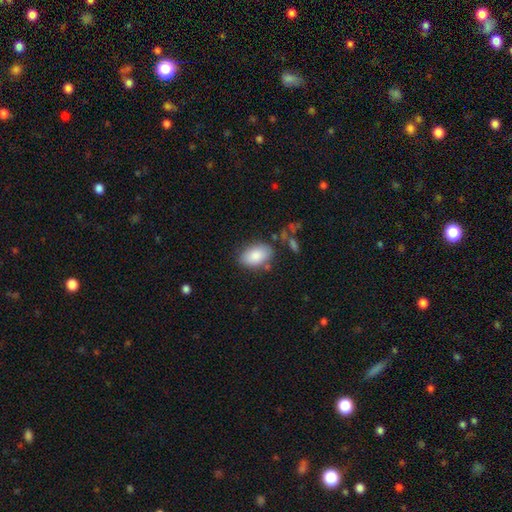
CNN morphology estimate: A smooth galaxy with no disk features (86%) that is in between round and cigar-shaped (90%).

Vote fractions:
- Smooth or featured? smooth: 86% / featured or disk: 8% / star or artifact: 6%
- How rounded? in between: 90% / round: 9% / cigar-shaped: 1%
- Merging? none: 75% / minor disturbance: 16% / major disturbance: 5% / merger: 4%